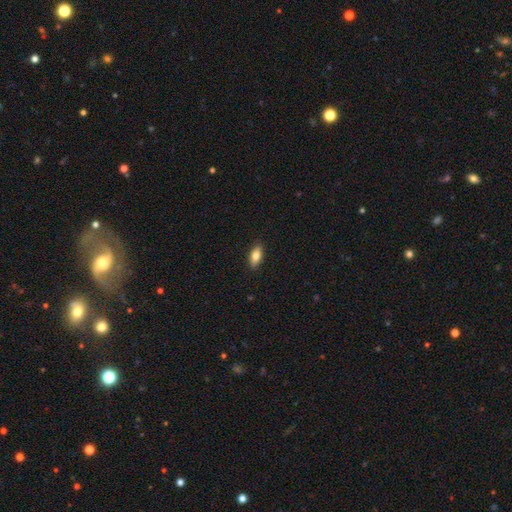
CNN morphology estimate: The model was most divided on "smooth or featured": smooth: 75%, featured or disk: 18%, star or artifact: 7%. More confident: merging — none (89%); how rounded — in between (81%).